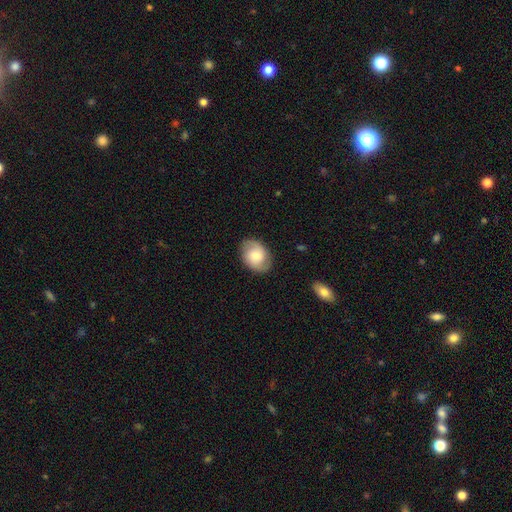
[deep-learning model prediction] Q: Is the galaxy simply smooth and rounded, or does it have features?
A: smooth — 49%.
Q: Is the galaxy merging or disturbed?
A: none — 83%.